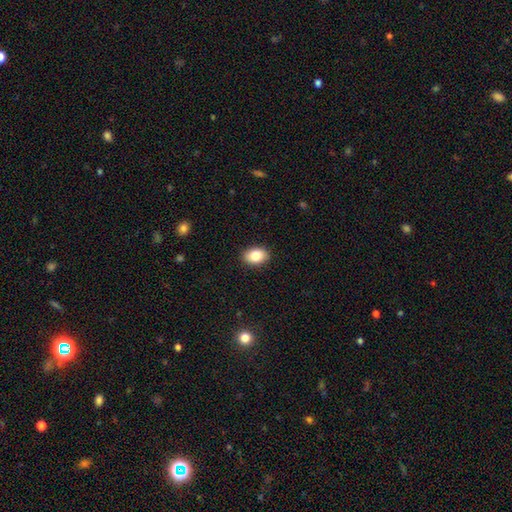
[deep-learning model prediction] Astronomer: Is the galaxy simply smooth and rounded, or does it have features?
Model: smooth — 84%.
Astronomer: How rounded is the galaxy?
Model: in between — 83%.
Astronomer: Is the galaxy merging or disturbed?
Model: none — 90%.